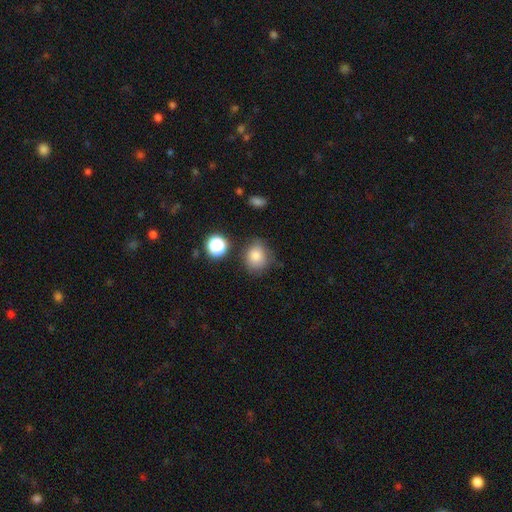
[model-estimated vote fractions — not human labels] Q: Smooth or featured?
A: smooth (82%); runner-up: star or artifact (11%)
Q: How rounded?
A: round (73%); runner-up: in between (26%)
Q: Merging?
A: none (72%); runner-up: minor disturbance (19%)